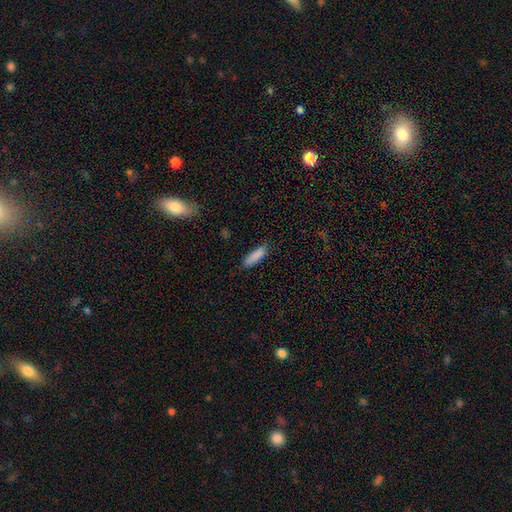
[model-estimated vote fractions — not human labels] smooth-or-featured: smooth: 87% | star or artifact: 7% | featured or disk: 6%
  how-rounded: cigar-shaped: 65% | in between: 34% | round: 2%
  merging: none: 81% | minor disturbance: 15% | major disturbance: 3% | merger: 1%